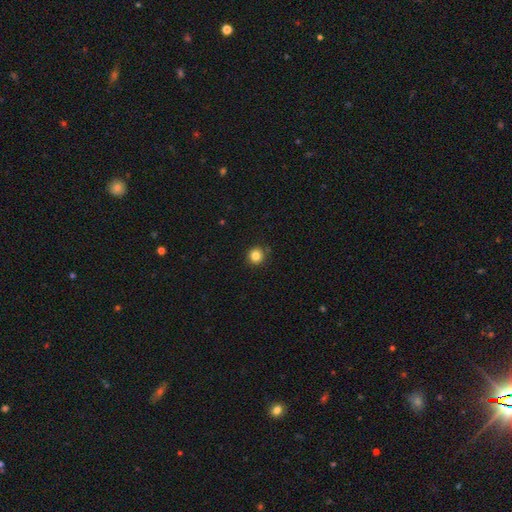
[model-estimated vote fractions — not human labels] Smooth or featured: smooth — 83% (star or artifact — 12%)
How rounded: round — 95% (in between — 4%)
Merging: none — 89% (minor disturbance — 7%)